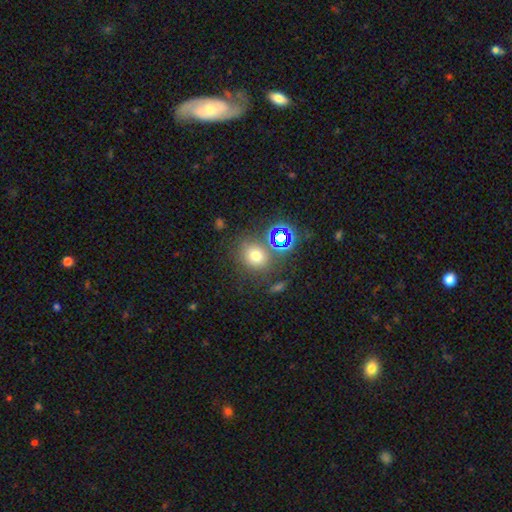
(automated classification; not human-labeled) Morphology: type=smooth (64%); roundness=round (73%); merging=none (68%).